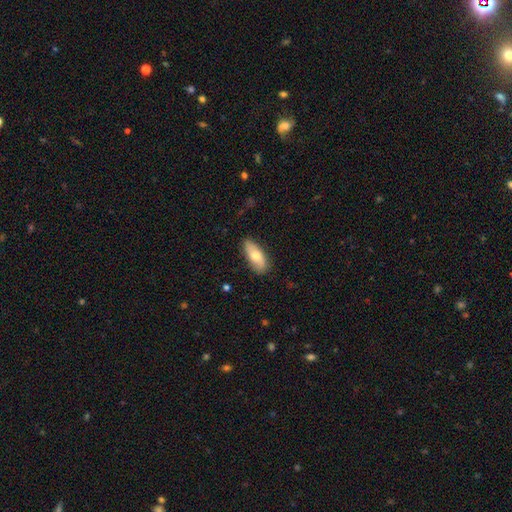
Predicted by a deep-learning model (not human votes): Smooth or featured? Predicted: smooth (p=0.70). How rounded? Predicted: in between (p=0.79). Merging? Predicted: none (p=0.83).